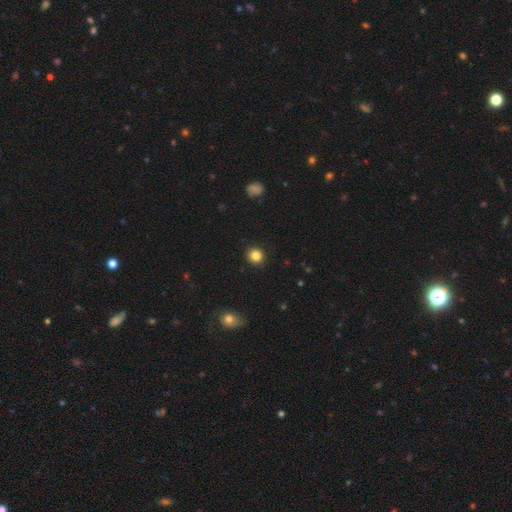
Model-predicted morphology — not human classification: This appears to be a smooth galaxy with no disk features (84%) that is round (90%). Merging: none (92%).